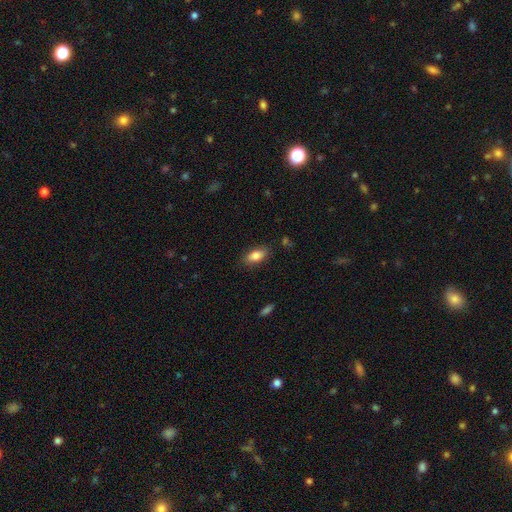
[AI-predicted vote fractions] Q: Smooth or featured?
A: smooth (84%); runner-up: featured or disk (9%)
Q: How rounded?
A: in between (89%); runner-up: cigar-shaped (7%)
Q: Merging?
A: none (84%); runner-up: minor disturbance (11%)